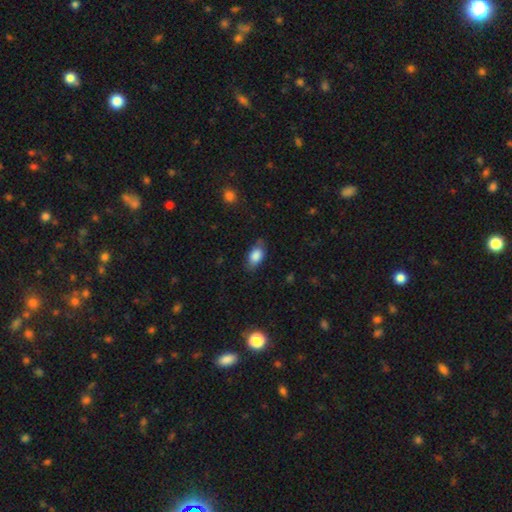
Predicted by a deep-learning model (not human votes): The model was most divided on "merging": none: 74%, minor disturbance: 20%, major disturbance: 5%, merger: 2%. More confident: how rounded — in between (90%); smooth or featured — smooth (85%).